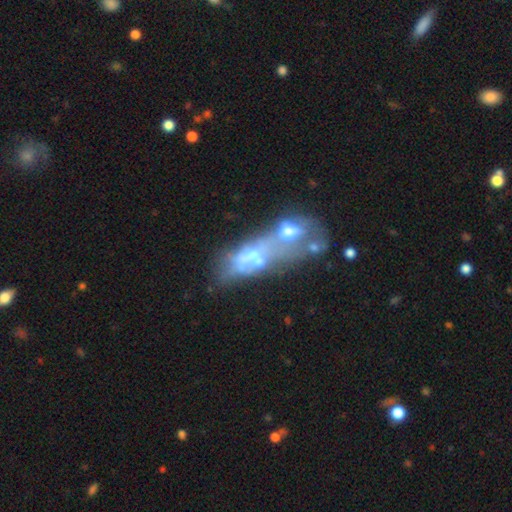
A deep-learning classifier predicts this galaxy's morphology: Smooth or featured? Predicted: featured or disk (p=0.56). Edge-on disk? Predicted: no (p=0.85). Merging? Predicted: merger (p=0.52).